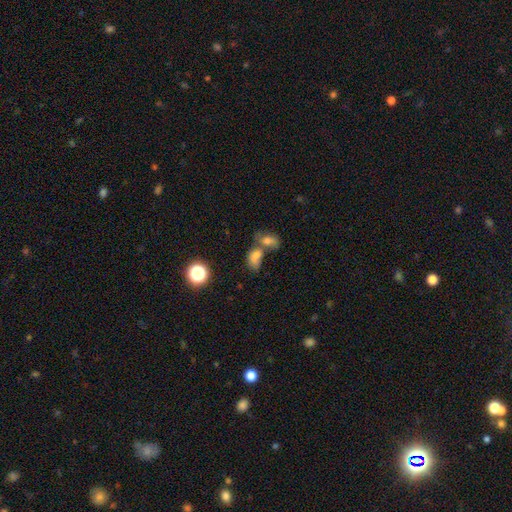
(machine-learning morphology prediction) smooth-or-featured: smooth: 70% | star or artifact: 17% | featured or disk: 13%
  how-rounded: in between: 76% | round: 21% | cigar-shaped: 2%
  merging: merger: 59% | none: 24% | minor disturbance: 10% | major disturbance: 7%